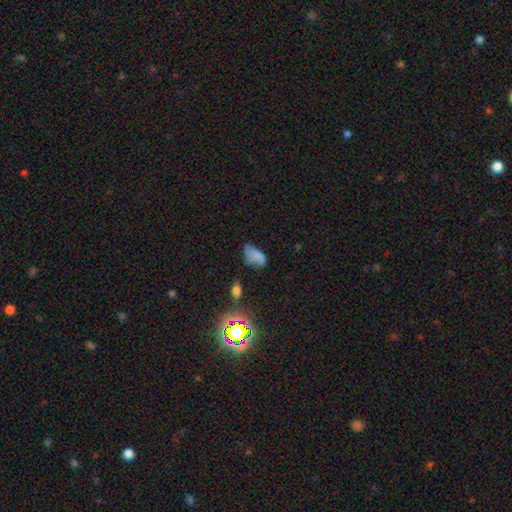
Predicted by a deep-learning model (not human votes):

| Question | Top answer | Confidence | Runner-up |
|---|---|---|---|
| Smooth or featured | smooth | 69% | star or artifact (16%) |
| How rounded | in between | 90% | round (6%) |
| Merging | none | 40% | minor disturbance (36%) |